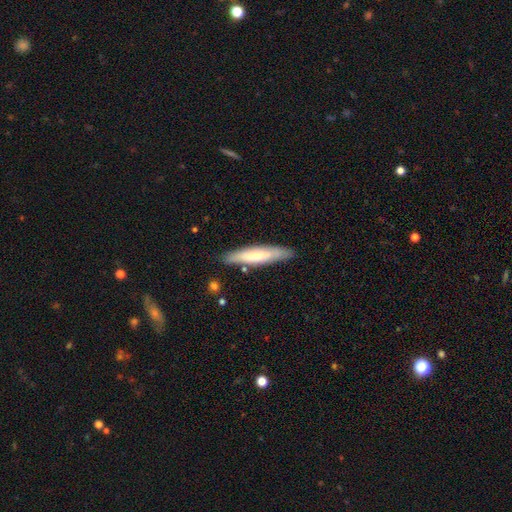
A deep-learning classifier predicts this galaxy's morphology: Smooth or featured? smooth (65%)
How rounded? cigar-shaped (86%)
Merging? none (85%)